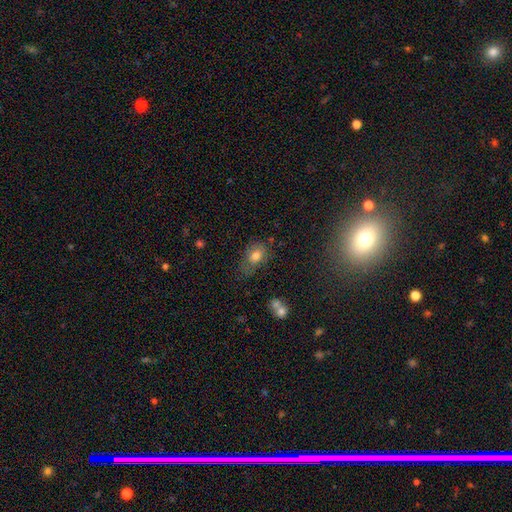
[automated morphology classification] This appears to be a smooth galaxy with no disk features (76%) that is in between round and cigar-shaped (81%). Merging: none (52%).